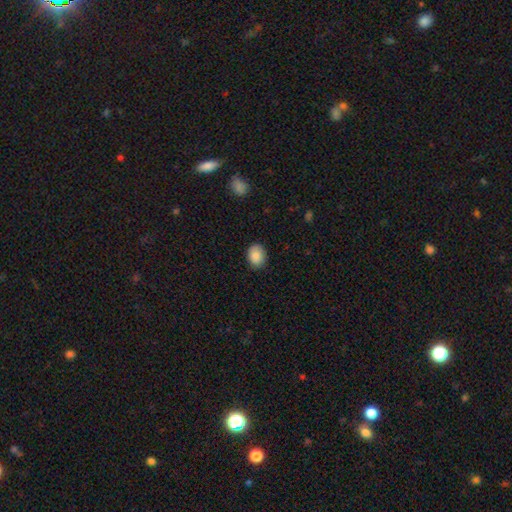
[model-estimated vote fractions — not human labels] This is clearly a smooth galaxy (87%). How rounded: possibly in between (52%). Merging: clearly none (84%).